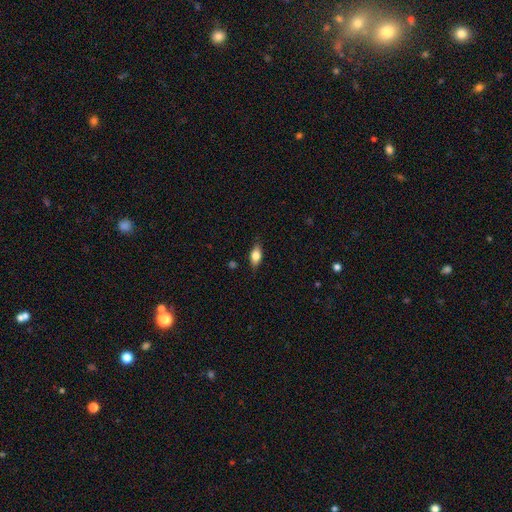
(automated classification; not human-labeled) Morphology: type=smooth (73%); roundness=in between (84%); merging=none (83%).